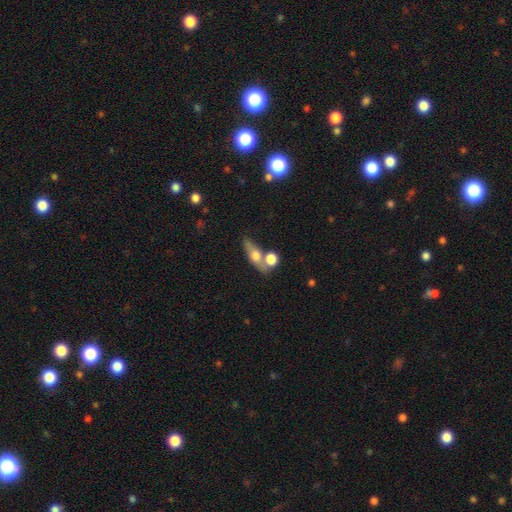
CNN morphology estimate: smooth 56%, featured or disk 35%, star or artifact 9%. Down the decision tree: how rounded — in between (51%); merging — none (48%).